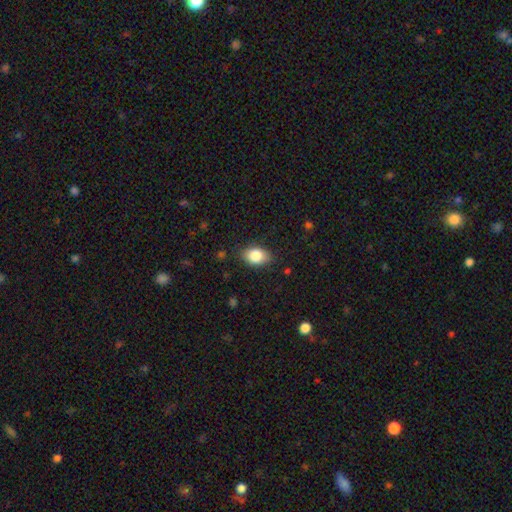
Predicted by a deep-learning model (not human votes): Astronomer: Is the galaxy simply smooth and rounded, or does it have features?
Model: smooth — 83%.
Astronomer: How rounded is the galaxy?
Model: in between — 81%.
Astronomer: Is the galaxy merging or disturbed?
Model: none — 83%.